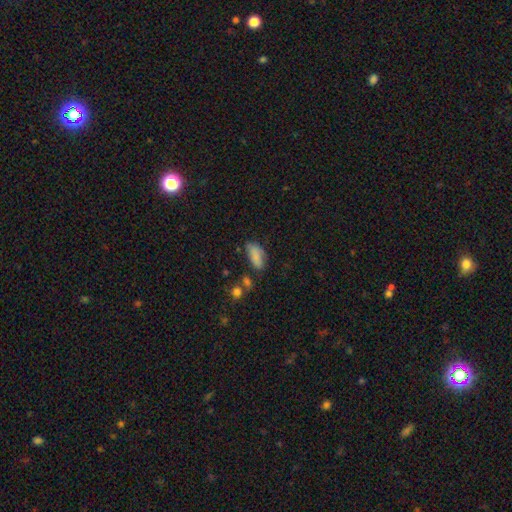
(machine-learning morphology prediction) Smooth or featured?
  - smooth: 82% *
  - star or artifact: 9%
  - featured or disk: 9%
How rounded?
  - in between: 87% *
  - cigar-shaped: 10%
  - round: 3%
Merging?
  - none: 56% *
  - minor disturbance: 28%
  - major disturbance: 9%
  - merger: 7%